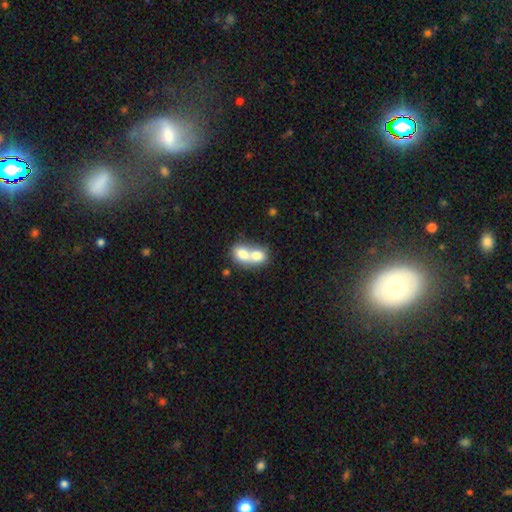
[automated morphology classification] Smooth or featured? smooth (72%)
How rounded? in between (57%)
Merging? merger (78%)